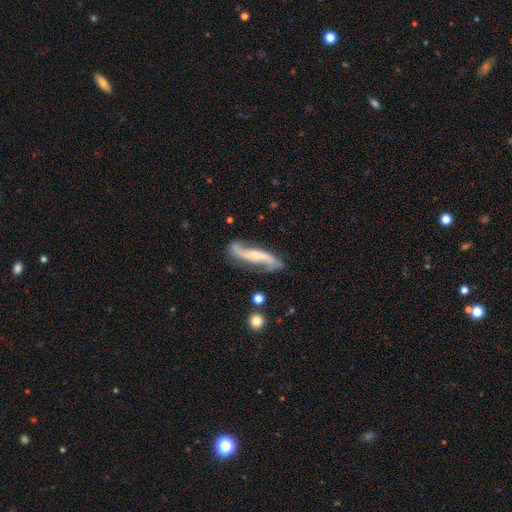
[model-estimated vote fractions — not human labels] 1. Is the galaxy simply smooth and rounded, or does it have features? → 84% featured or disk, 11% smooth, 5% star or artifact.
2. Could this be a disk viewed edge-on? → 85% no, 15% yes.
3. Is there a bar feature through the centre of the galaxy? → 46% no, 30% weak, 24% strong.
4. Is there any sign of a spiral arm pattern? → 96% yes, 4% no.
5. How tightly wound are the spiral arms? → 74% loose, 19% medium, 7% tight.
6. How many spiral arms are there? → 93% 2, 2% can't tell, 2% 1, 1% 3, 1% 4, 1% more than 4.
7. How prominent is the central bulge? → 59% small, 28% moderate, 9% none, 3% large, 1% dominant.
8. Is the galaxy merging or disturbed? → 76% none, 16% minor disturbance, 5% major disturbance, 3% merger.